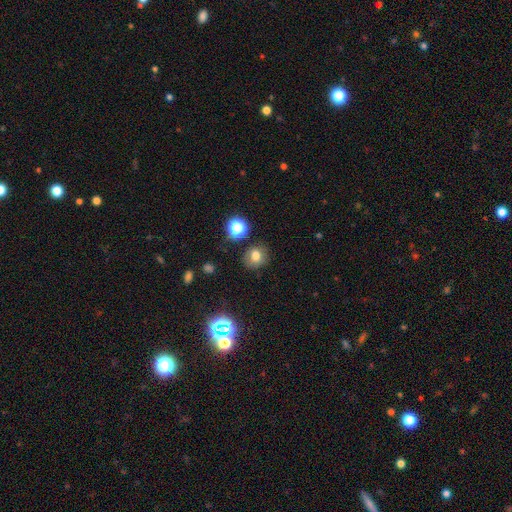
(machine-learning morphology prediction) This appears to be a smooth galaxy with no disk features (74%) that is round (74%). Merging: none (81%).